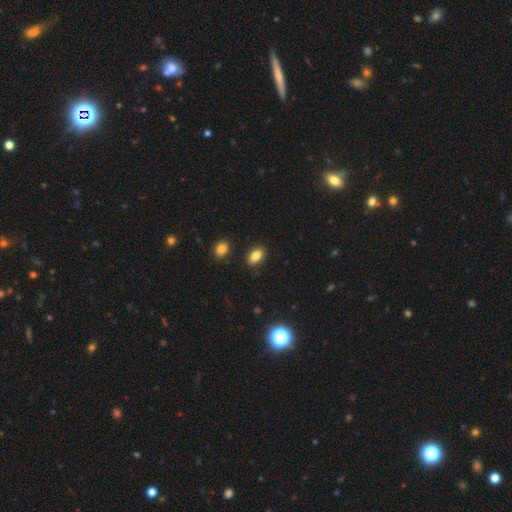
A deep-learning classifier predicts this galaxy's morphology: Smooth or featured: smooth — 85% (star or artifact — 9%)
How rounded: in between — 87% (round — 11%)
Merging: none — 87% (minor disturbance — 8%)